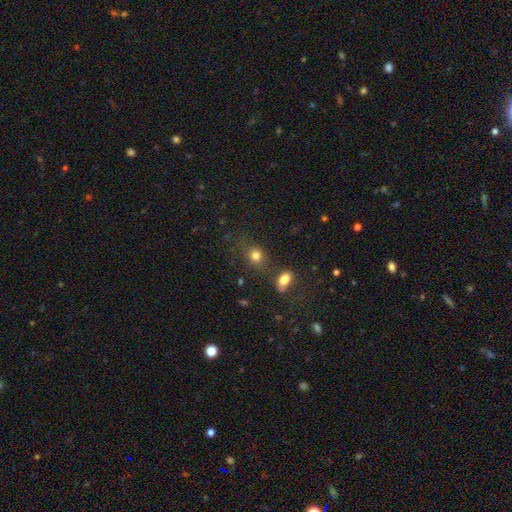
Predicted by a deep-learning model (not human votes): Smooth or featured? Predicted: smooth (p=0.79). How rounded? Predicted: round (p=0.63). Merging? Predicted: none (p=0.66).